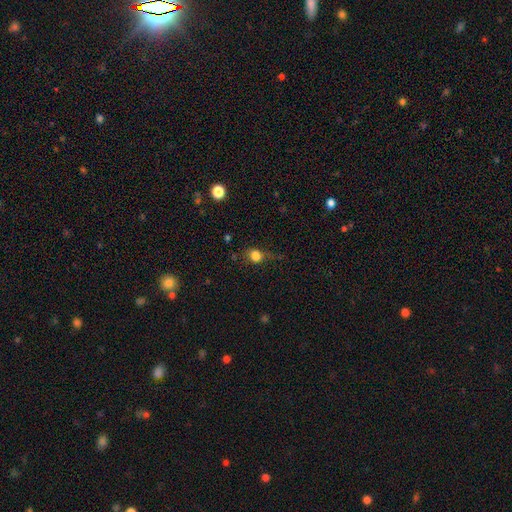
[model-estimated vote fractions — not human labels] Smooth or featured? smooth (79%)
How rounded? round (71%)
Merging? none (58%)